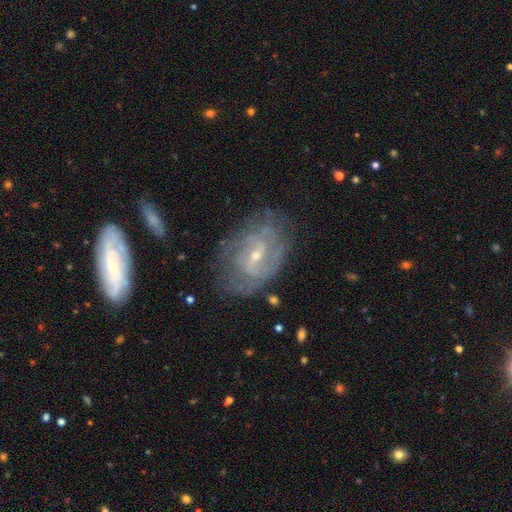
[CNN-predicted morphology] This appears to be a featured or disk galaxy (83%) with a weak bar (54%), 2 (38%) tight (50%) spiral arms (91%) and a small central bulge (67%). Merging: none (69%).